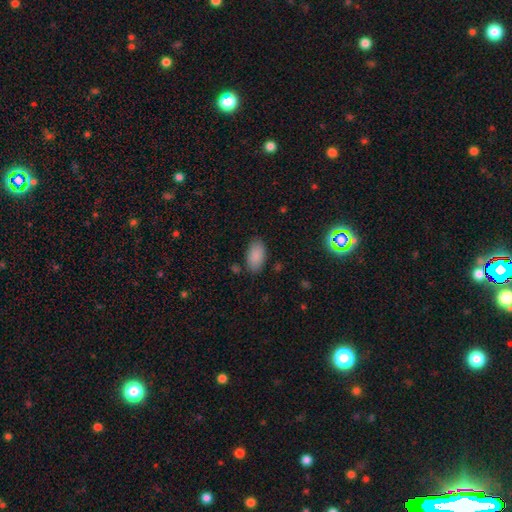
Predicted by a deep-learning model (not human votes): Q: Smooth or featured?
A: smooth (88%); runner-up: star or artifact (7%)
Q: How rounded?
A: in between (94%); runner-up: round (3%)
Q: Merging?
A: none (84%); runner-up: minor disturbance (11%)